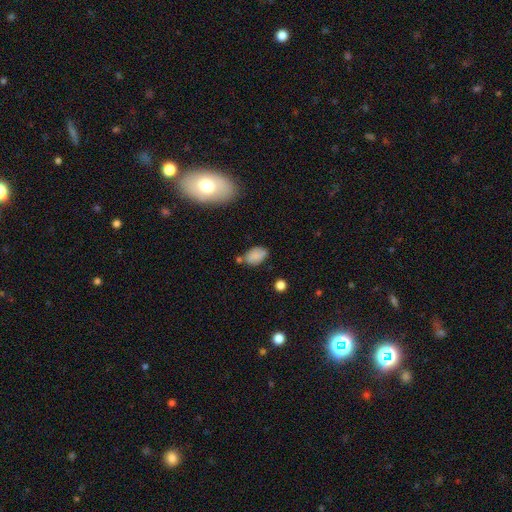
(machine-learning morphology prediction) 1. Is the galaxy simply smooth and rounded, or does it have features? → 79% smooth, 12% featured or disk, 10% star or artifact.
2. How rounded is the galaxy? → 86% in between, 12% round, 2% cigar-shaped.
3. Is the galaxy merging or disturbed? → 59% none, 24% minor disturbance, 11% merger, 6% major disturbance.